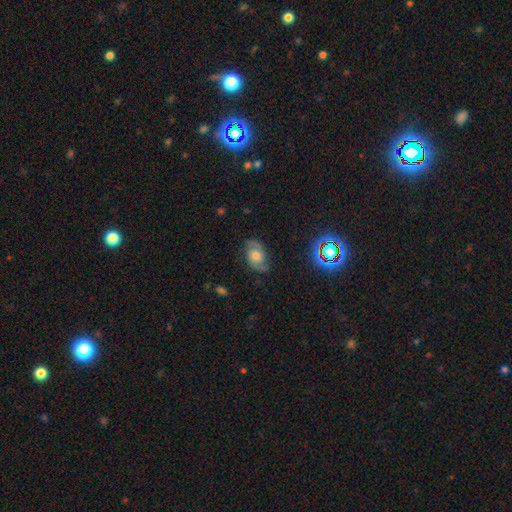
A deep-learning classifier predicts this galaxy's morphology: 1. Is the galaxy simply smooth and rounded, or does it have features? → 67% featured or disk, 22% smooth, 11% star or artifact.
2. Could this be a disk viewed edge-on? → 95% no, 5% yes.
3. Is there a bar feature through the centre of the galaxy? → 68% no, 27% weak, 5% strong.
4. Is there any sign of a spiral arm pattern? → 90% yes, 10% no.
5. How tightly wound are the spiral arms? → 50% medium, 31% tight, 20% loose.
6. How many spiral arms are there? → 88% 2, 7% can't tell, 2% 1, 1% 3, 1% 4, 1% more than 4.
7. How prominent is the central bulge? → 54% moderate, 21% large, 17% small, 5% none, 2% dominant.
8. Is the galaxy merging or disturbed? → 77% none, 17% minor disturbance, 5% major disturbance, 1% merger.